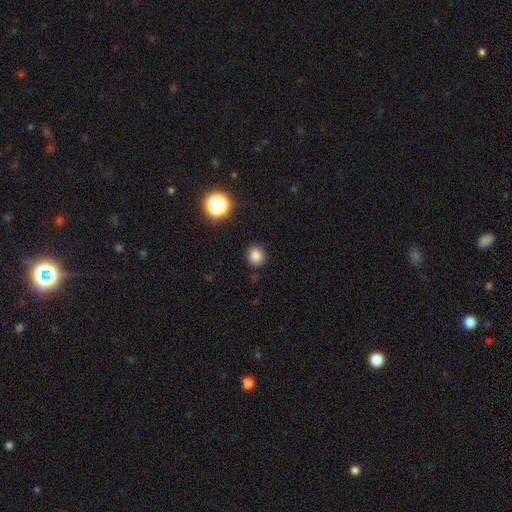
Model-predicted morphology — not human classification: This appears to be a smooth galaxy with no disk features (82%) that is round (88%). Merging: none (88%).